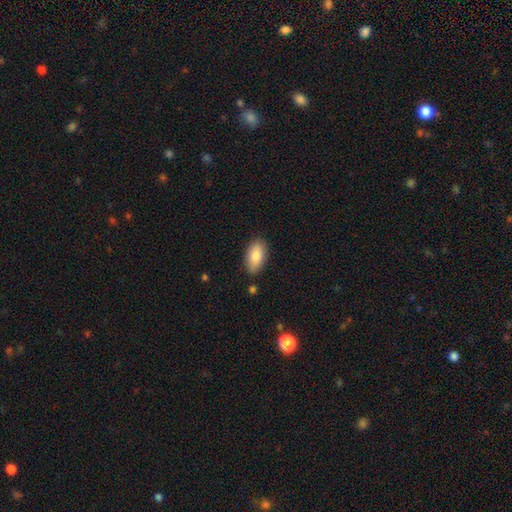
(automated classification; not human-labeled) smooth_or_featured: smooth (p=0.81) [alt: featured or disk p=0.13]
how_rounded: in between (p=0.92) [alt: round p=0.04]
merging: none (p=0.82) [alt: minor disturbance p=0.13]